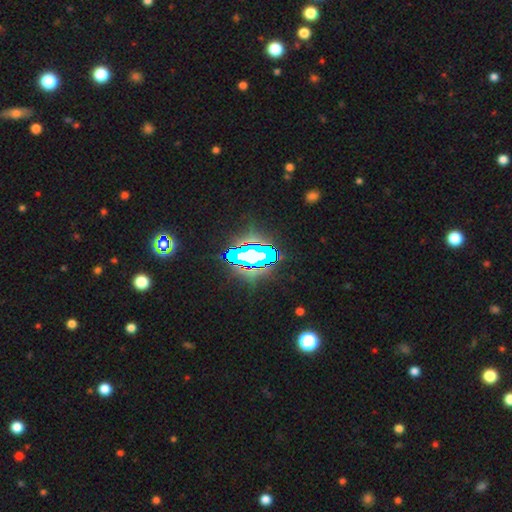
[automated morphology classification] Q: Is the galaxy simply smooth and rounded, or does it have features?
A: star or artifact — 79%.